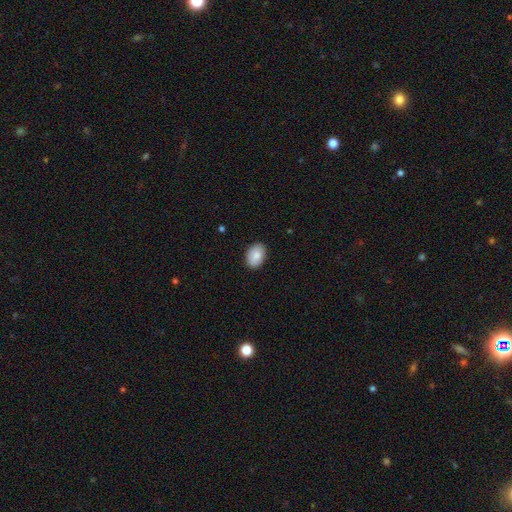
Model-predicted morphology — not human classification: Smooth or featured? Predicted: smooth (p=0.86). How rounded? Predicted: in between (p=0.84). Merging? Predicted: none (p=0.89).